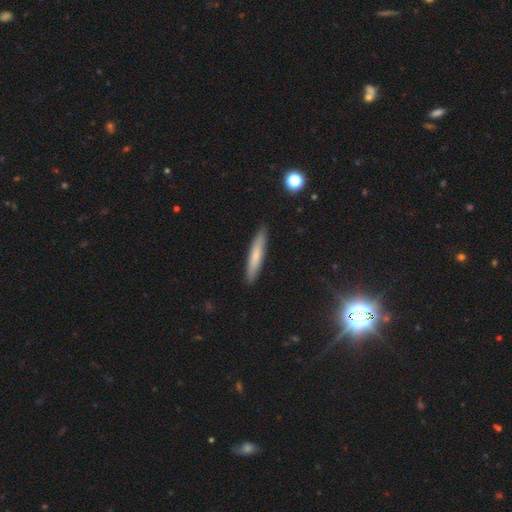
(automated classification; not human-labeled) This is likely a smooth galaxy (70%). How rounded: clearly cigar-shaped (92%). Merging: clearly none (89%).